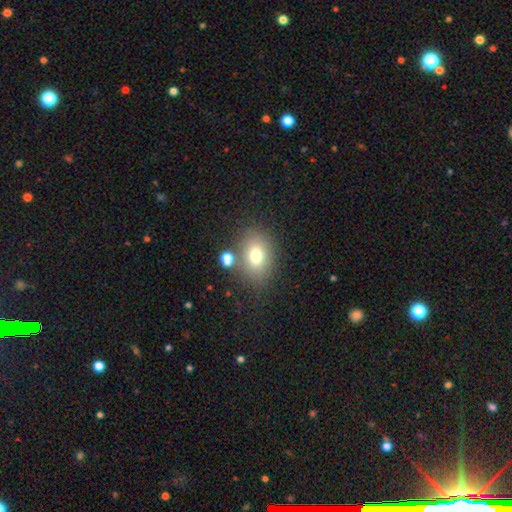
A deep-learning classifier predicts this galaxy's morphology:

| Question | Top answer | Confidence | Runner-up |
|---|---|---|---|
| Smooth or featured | smooth | 74% | featured or disk (14%) |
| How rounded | in between | 72% | round (27%) |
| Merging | none | 74% | minor disturbance (12%) |